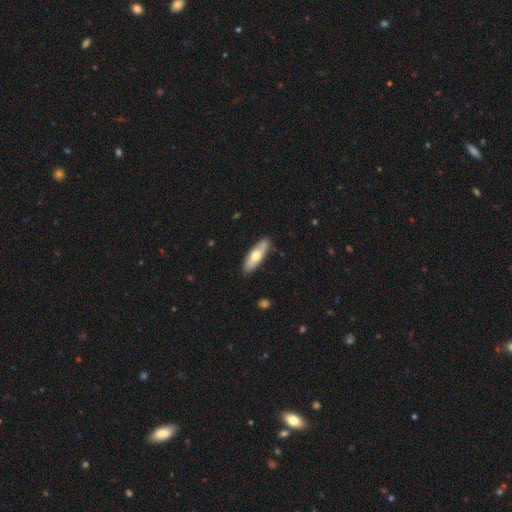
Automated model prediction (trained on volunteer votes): This appears to be a smooth galaxy with no disk features (58%) that is in between round and cigar-shaped (56%). Merging: none (86%).